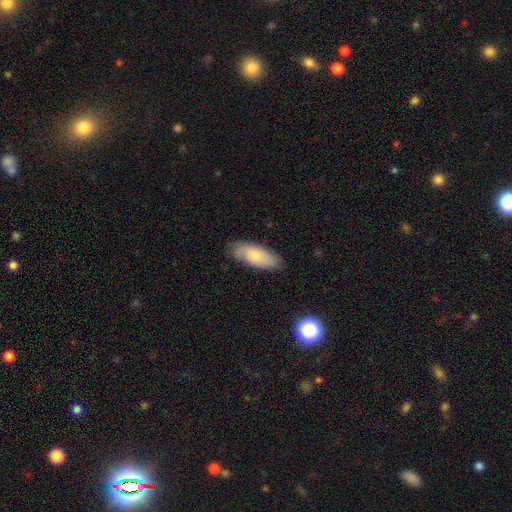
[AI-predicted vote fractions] Smooth or featured? smooth (63%)
How rounded? in between (80%)
Merging? none (77%)